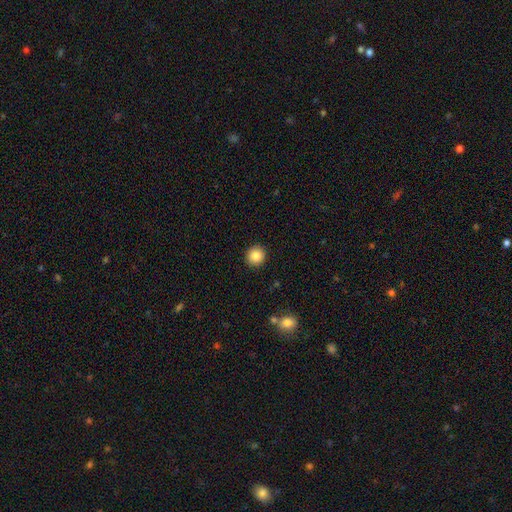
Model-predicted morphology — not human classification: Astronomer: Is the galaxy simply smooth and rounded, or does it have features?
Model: smooth — 86%.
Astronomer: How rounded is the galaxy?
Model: round — 93%.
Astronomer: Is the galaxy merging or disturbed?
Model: none — 92%.